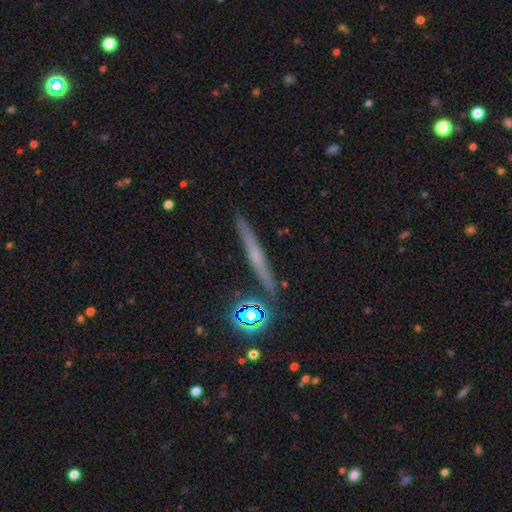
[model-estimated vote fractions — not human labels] featured or disk 50%, smooth 35%, star or artifact 14%. Down the decision tree: edge-on disk — yes (95%); merging — none (87%).